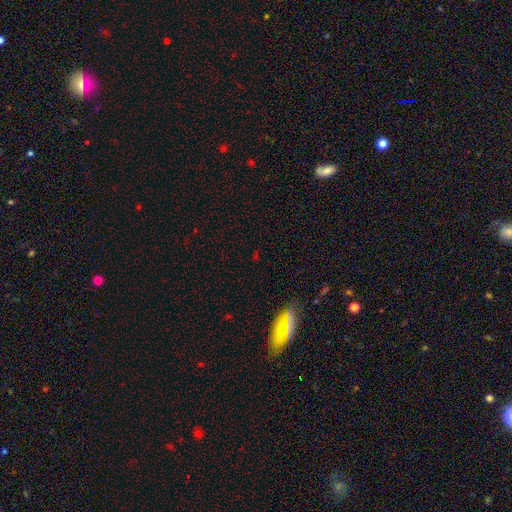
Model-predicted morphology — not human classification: Smooth or featured?
  - star or artifact: 59% *
  - smooth: 31%
  - featured or disk: 9%